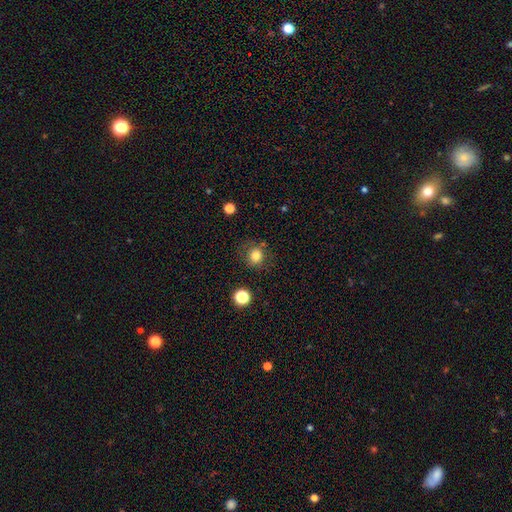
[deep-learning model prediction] Overall: smooth (81%). How rounded: round (83%). Merging: none (77%).